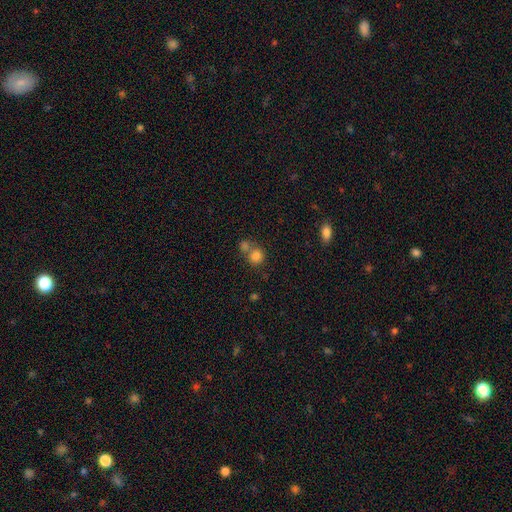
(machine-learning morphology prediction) Q: Smooth or featured?
A: smooth (82%); runner-up: star or artifact (11%)
Q: How rounded?
A: round (82%); runner-up: in between (17%)
Q: Merging?
A: none (46%); runner-up: merger (43%)